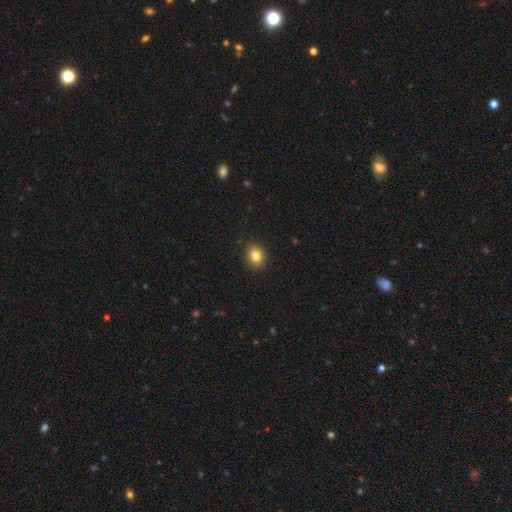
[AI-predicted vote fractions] The model was most divided on "how rounded": round: 61%, in between: 38%, cigar-shaped: 1%. More confident: merging — none (90%); smooth or featured — smooth (84%).